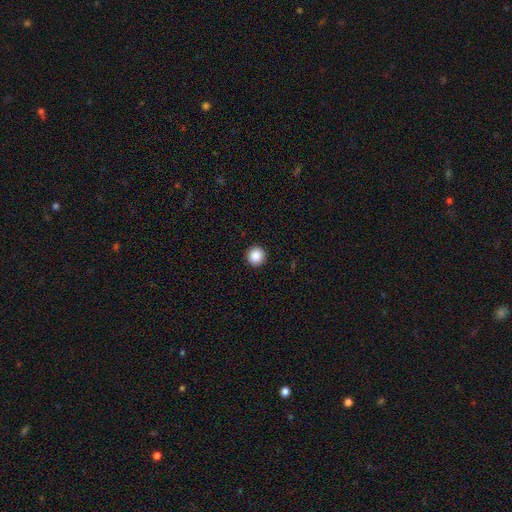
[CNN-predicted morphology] A smooth galaxy with no disk features (88%) that is round (95%).

Vote fractions:
- Smooth or featured? smooth: 88% / star or artifact: 9% / featured or disk: 3%
- How rounded? round: 95% / in between: 4% / cigar-shaped: 1%
- Merging? none: 93% / minor disturbance: 4% / major disturbance: 2% / merger: 1%